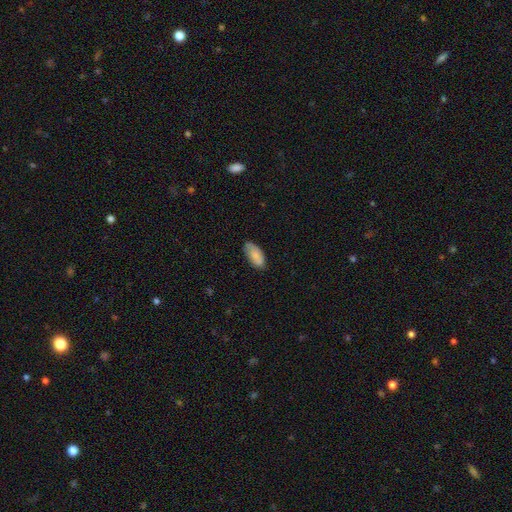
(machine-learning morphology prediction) This is clearly a smooth galaxy (82%). How rounded: clearly in between (92%). Merging: likely none (72%).